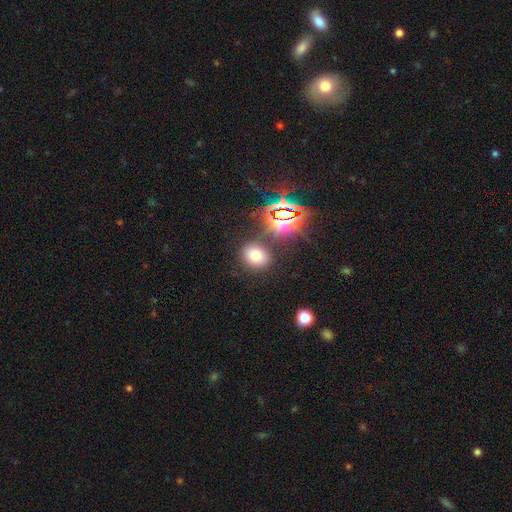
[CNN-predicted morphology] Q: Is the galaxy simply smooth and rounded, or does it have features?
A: smooth — 67%.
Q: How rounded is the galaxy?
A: round — 55%.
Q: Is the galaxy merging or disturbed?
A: none — 80%.